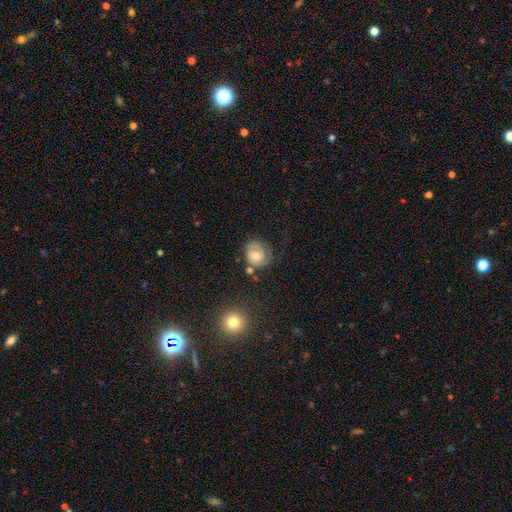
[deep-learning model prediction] Q: Smooth or featured?
A: smooth (50%); runner-up: featured or disk (41%)
Q: Merging?
A: none (52%); runner-up: minor disturbance (26%)